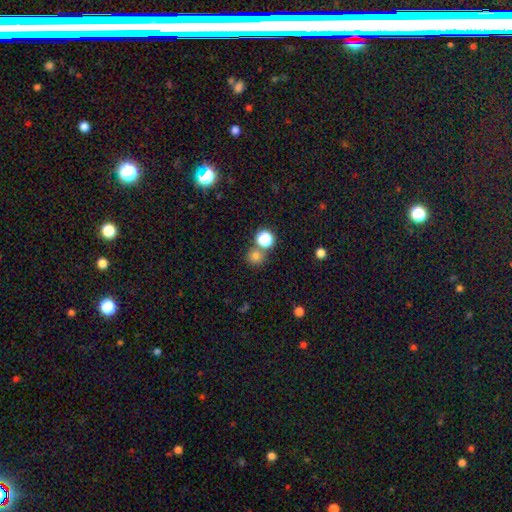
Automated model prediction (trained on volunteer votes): This appears to be a smooth galaxy with no disk features (75%) that is round (90%). Merging: none (68%).